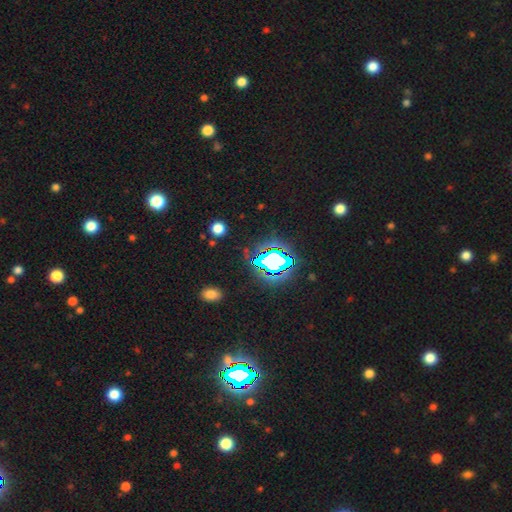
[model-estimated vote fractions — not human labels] star or artifact 83%, smooth 10%, featured or disk 7%.